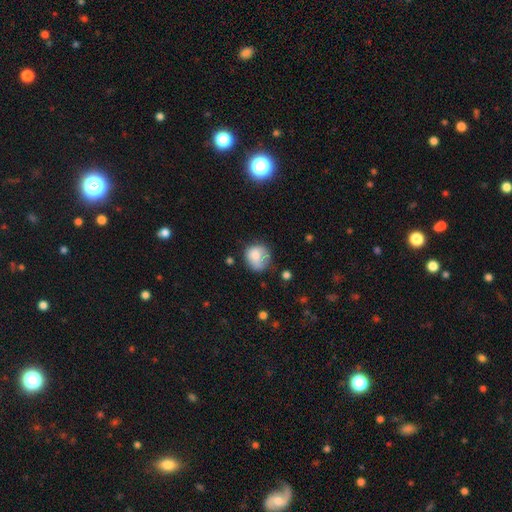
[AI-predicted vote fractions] This is likely a smooth galaxy (78%). How rounded: likely round (78%). Merging: possibly none (54%).